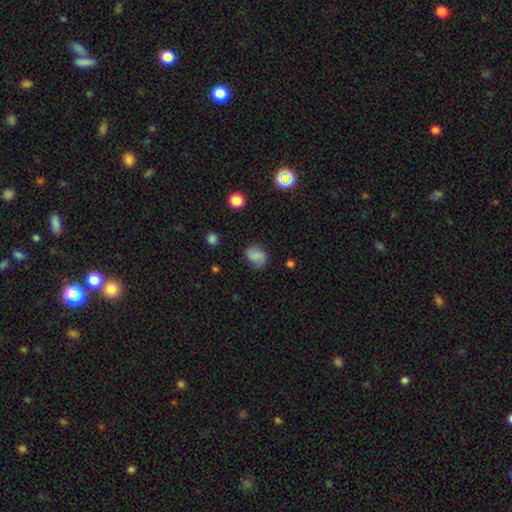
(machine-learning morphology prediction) smooth-or-featured: smooth: 67% | featured or disk: 22% | star or artifact: 11%
  how-rounded: round: 51% | in between: 48% | cigar-shaped: 1%
  merging: none: 68% | minor disturbance: 23% | major disturbance: 7% | merger: 2%